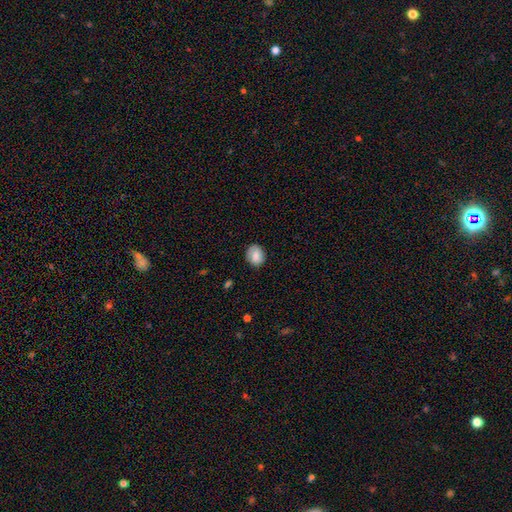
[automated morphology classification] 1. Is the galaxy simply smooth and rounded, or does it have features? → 82% smooth, 11% featured or disk, 8% star or artifact.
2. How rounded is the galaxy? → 57% round, 42% in between, 1% cigar-shaped.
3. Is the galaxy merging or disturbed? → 80% none, 15% minor disturbance, 3% major disturbance, 1% merger.